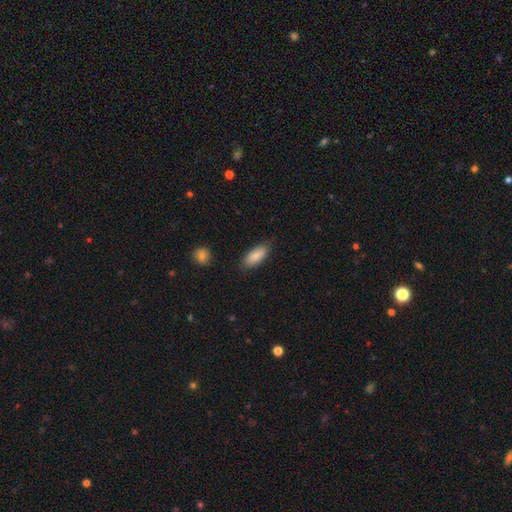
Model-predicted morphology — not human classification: Smooth or featured: smooth — 86% (featured or disk — 7%)
How rounded: in between — 82% (cigar-shaped — 16%)
Merging: none — 83% (minor disturbance — 13%)